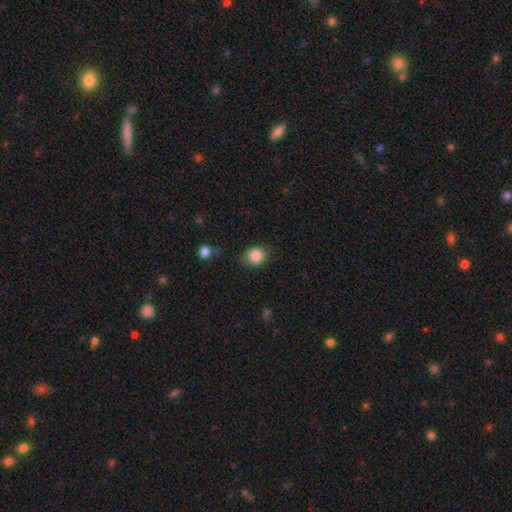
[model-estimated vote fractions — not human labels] This appears to be a smooth galaxy with no disk features (85%) that is round (70%). Merging: none (73%).